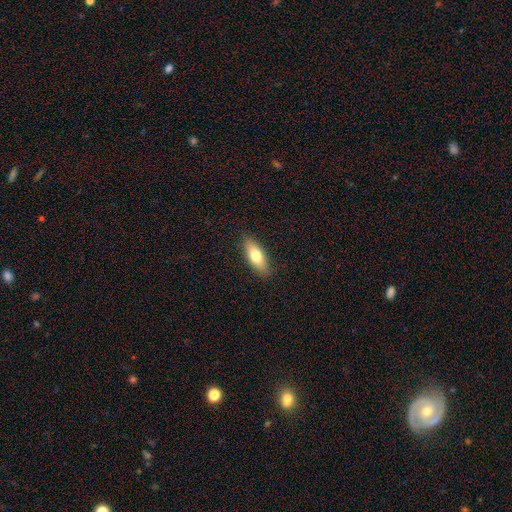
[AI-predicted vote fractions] Smooth or featured: smooth — 73% (featured or disk — 21%)
How rounded: in between — 71% (cigar-shaped — 26%)
Merging: none — 86% (minor disturbance — 11%)